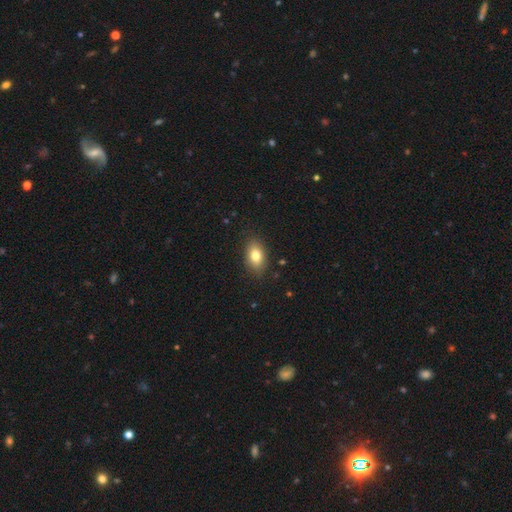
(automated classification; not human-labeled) smooth 80%, featured or disk 12%, star or artifact 9%. Down the decision tree: how rounded — in between (86%); merging — none (86%).